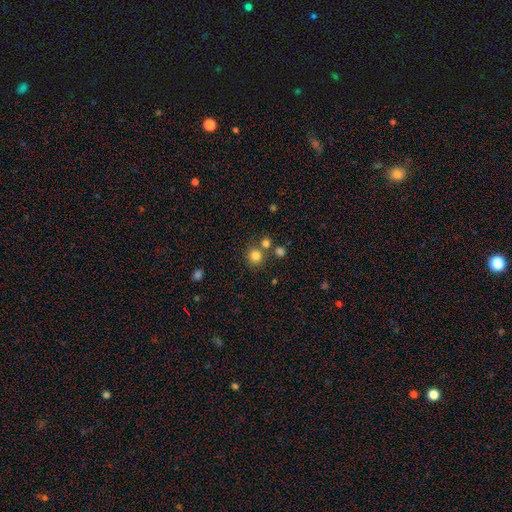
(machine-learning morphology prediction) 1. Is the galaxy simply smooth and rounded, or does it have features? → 81% smooth, 13% star or artifact, 6% featured or disk.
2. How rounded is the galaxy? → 89% round, 10% in between, 1% cigar-shaped.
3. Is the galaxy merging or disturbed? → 72% none, 17% merger, 8% minor disturbance, 3% major disturbance.